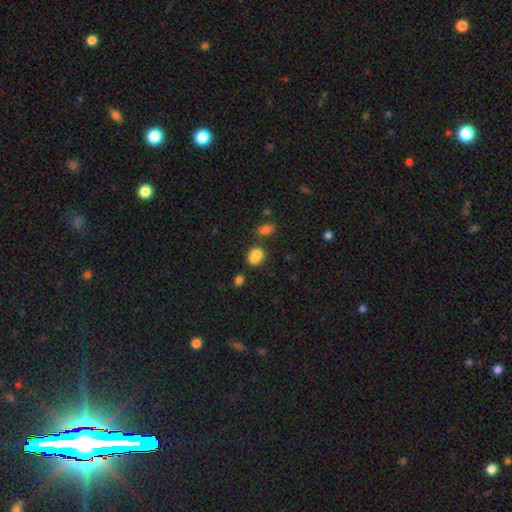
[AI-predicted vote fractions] smooth_or_featured: smooth (p=0.79) [alt: star or artifact p=0.12]
how_rounded: in between (p=0.54) [alt: round p=0.44]
merging: none (p=0.41) [alt: merger p=0.36]